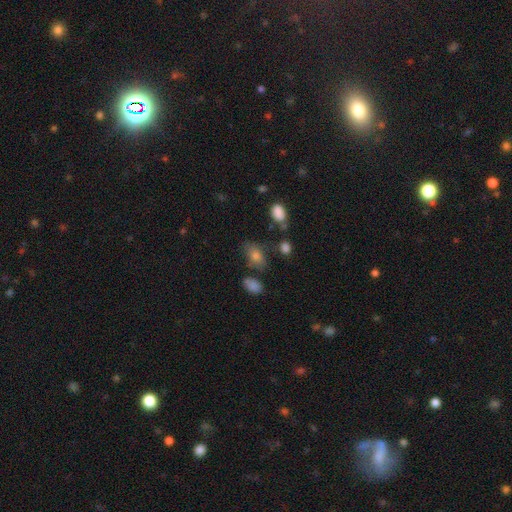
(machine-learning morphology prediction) smooth_or_featured: smooth (p=0.73) [alt: star or artifact p=0.13]
how_rounded: in between (p=0.83) [alt: round p=0.13]
merging: none (p=0.63) [alt: minor disturbance p=0.20]